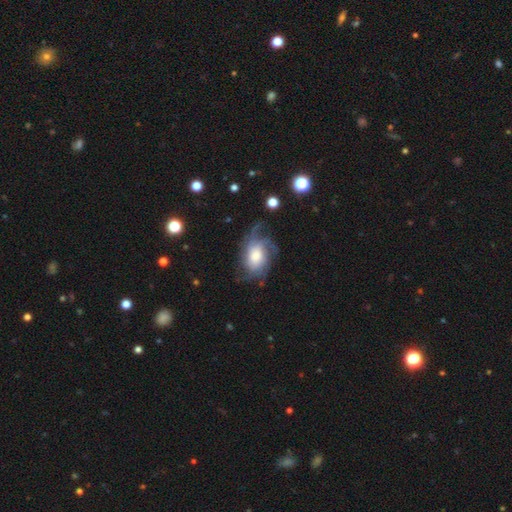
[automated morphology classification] featured or disk 73%, smooth 19%, star or artifact 8%. Down the decision tree: edge-on disk — no (97%); bar — no (74%); spiral arms — yes (90%); spiral arm count — can't tell (33%); spiral winding — medium (41%); bulge size — large (51%); merging — none (53%).